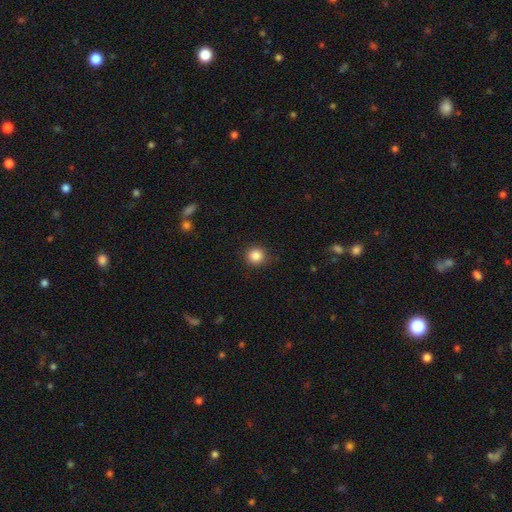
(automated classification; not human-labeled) Q: Smooth or featured?
A: smooth (86%); runner-up: star or artifact (10%)
Q: How rounded?
A: round (91%); runner-up: in between (8%)
Q: Merging?
A: none (88%); runner-up: minor disturbance (8%)